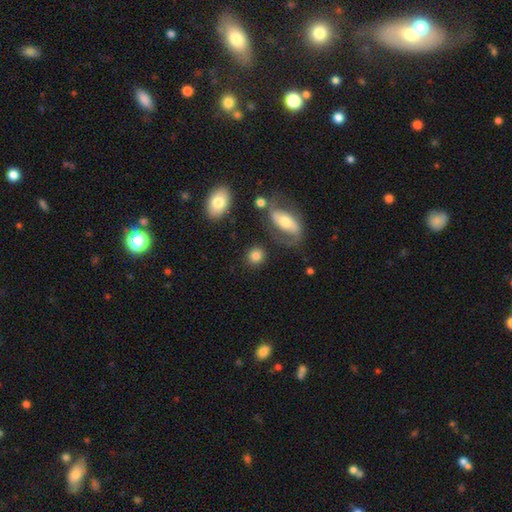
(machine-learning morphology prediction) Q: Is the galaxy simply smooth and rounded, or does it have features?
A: smooth — 80%.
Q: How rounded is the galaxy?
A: round — 79%.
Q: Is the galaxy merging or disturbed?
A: none — 75%.